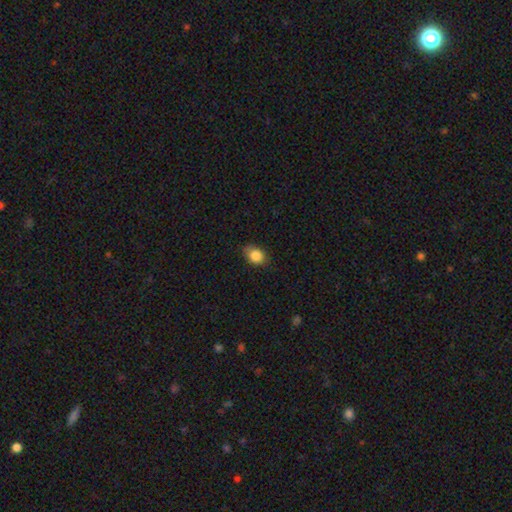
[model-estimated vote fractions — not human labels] Q: Smooth or featured?
A: smooth (86%); runner-up: star or artifact (9%)
Q: How rounded?
A: in between (68%); runner-up: round (31%)
Q: Merging?
A: none (78%); runner-up: minor disturbance (18%)